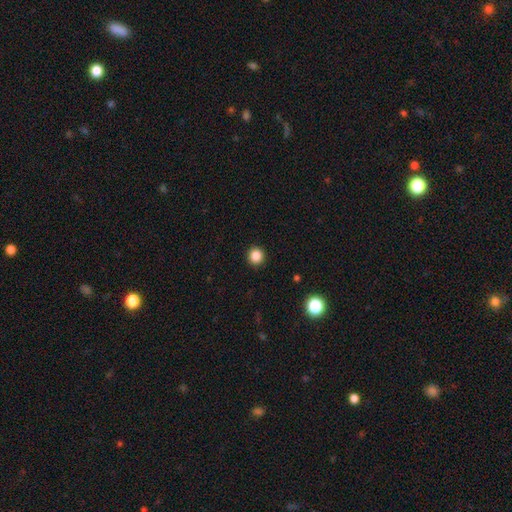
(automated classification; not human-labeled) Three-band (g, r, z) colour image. It shows a smooth galaxy with no disk features (85%) that is round (92%). Merging: none (93%).